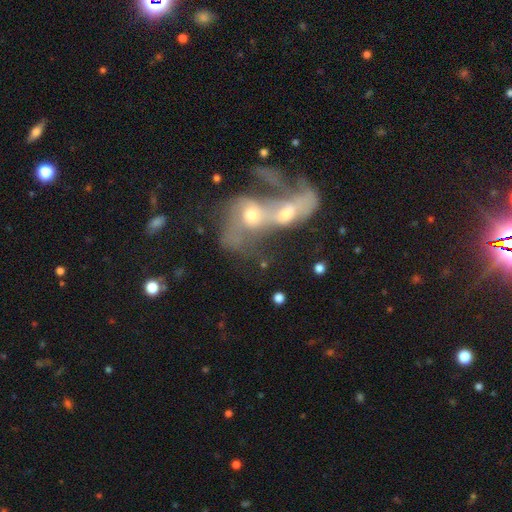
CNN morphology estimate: Smooth or featured? Predicted: featured or disk (p=0.65). Edge-on disk? Predicted: no (p=0.94). Bar? Predicted: no (p=0.69). Spiral arms? Predicted: yes (p=0.60). Bulge size? Predicted: moderate (p=0.60). Merging? Predicted: merger (p=0.84).